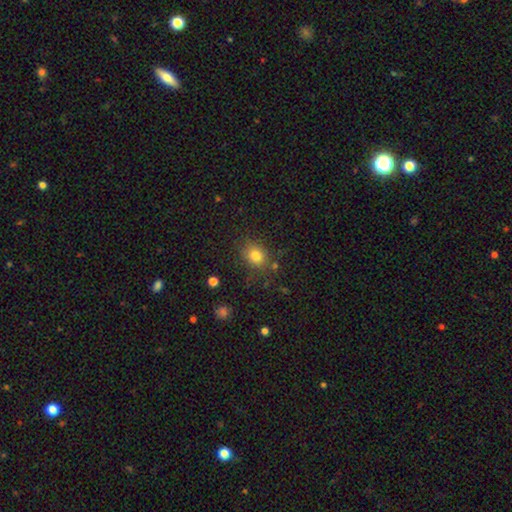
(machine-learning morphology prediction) The model was most divided on "how rounded": round: 54%, in between: 45%, cigar-shaped: 1%. More confident: smooth or featured — smooth (81%); merging — none (77%).